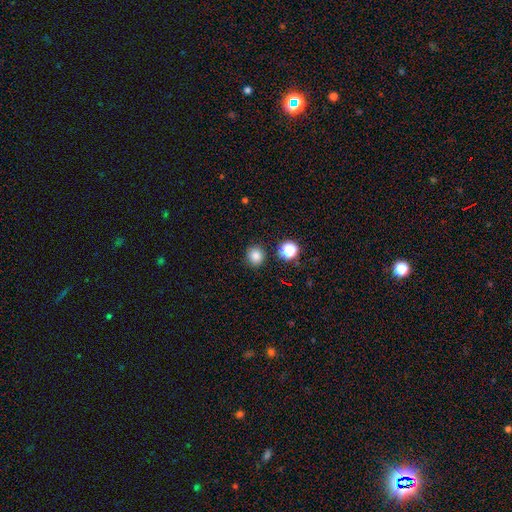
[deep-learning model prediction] smooth 82%, star or artifact 14%, featured or disk 5%. Down the decision tree: how rounded — round (87%); merging — none (88%).